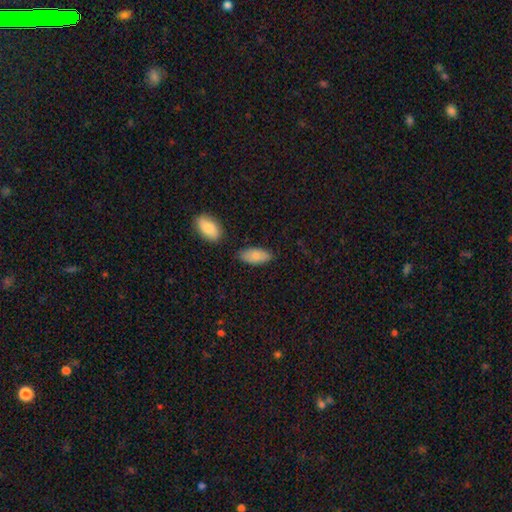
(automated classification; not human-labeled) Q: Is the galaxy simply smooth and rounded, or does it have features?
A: smooth — 79%.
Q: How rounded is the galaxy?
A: in between — 91%.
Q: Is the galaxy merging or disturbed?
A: none — 73%.